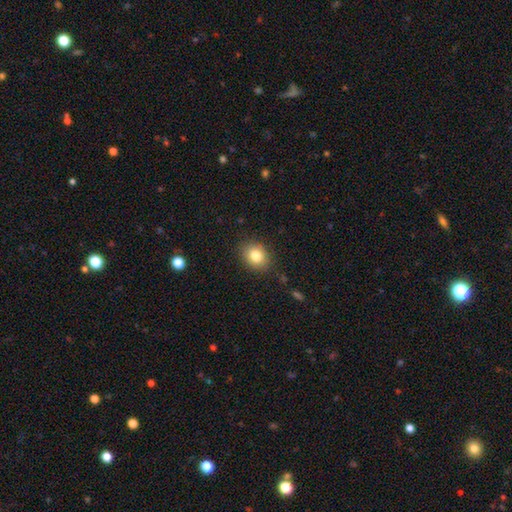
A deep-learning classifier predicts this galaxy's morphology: This appears to be a smooth galaxy with no disk features (82%) that is round (54%). Merging: none (86%).